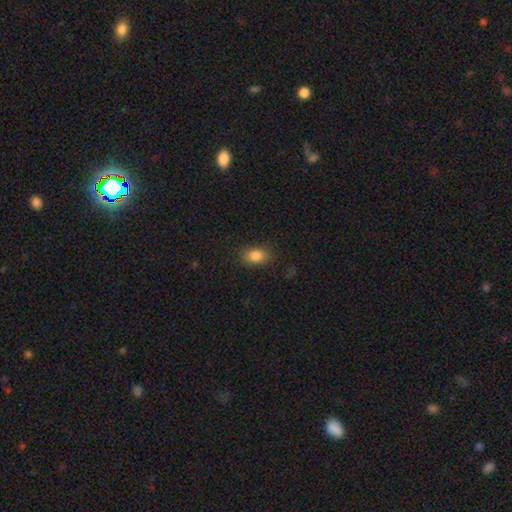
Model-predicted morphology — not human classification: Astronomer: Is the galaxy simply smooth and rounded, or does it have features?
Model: smooth — 86%.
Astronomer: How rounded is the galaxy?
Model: in between — 81%.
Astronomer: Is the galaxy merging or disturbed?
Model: none — 84%.